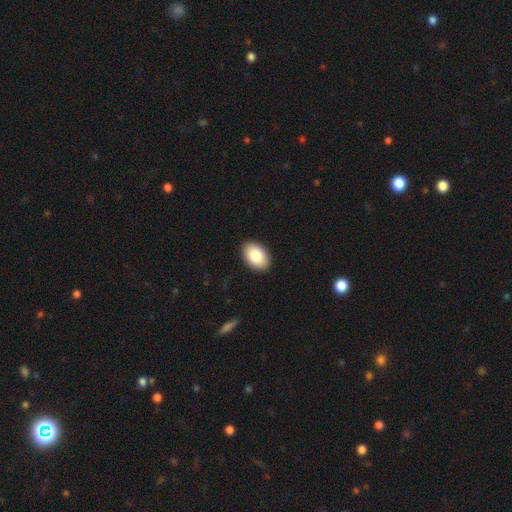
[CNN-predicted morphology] smooth-or-featured: smooth: 85% | featured or disk: 8% | star or artifact: 6%
  how-rounded: in between: 89% | round: 10% | cigar-shaped: 1%
  merging: none: 90% | minor disturbance: 7% | major disturbance: 2% | merger: 1%